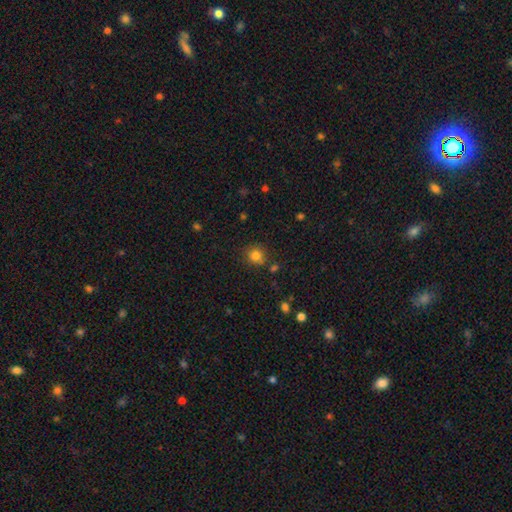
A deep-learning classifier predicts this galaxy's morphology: Overall: smooth (82%). How rounded: round (87%). Merging: none (79%).